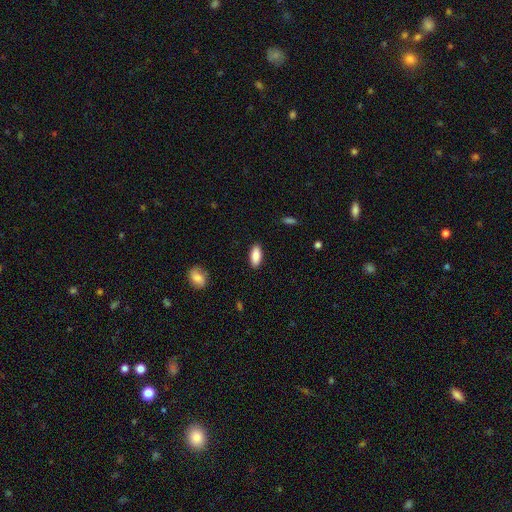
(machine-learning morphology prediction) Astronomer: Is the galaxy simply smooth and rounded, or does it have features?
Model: smooth — 87%.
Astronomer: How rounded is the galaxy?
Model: in between — 83%.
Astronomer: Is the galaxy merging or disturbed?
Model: none — 89%.